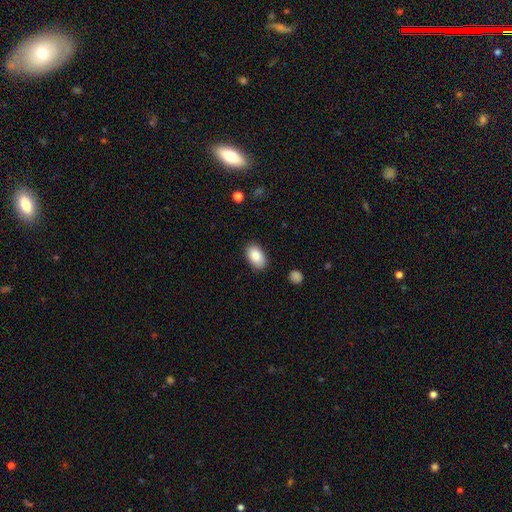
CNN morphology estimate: Q: Smooth or featured?
A: smooth (86%); runner-up: star or artifact (7%)
Q: How rounded?
A: in between (92%); runner-up: round (6%)
Q: Merging?
A: none (86%); runner-up: minor disturbance (10%)